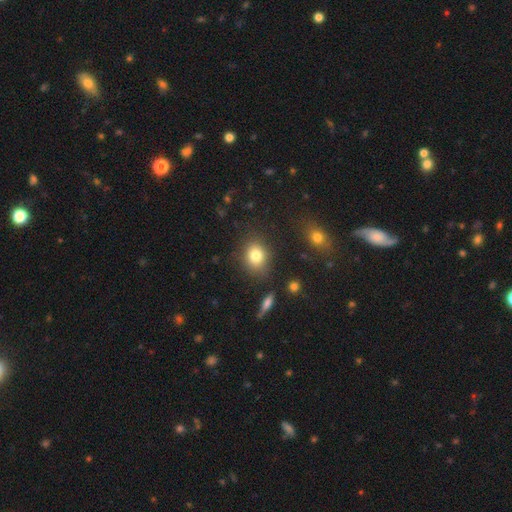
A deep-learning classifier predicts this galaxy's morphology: smooth 81%, star or artifact 11%, featured or disk 9%. Down the decision tree: how rounded — round (55%); merging — none (80%).